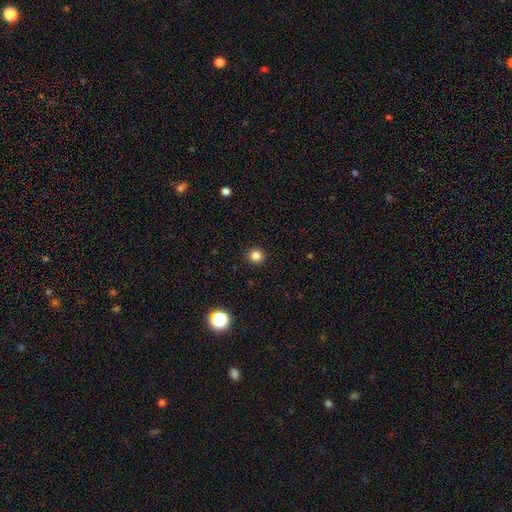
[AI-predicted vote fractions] Morphology: type=smooth (83%); roundness=round (93%); merging=none (93%).